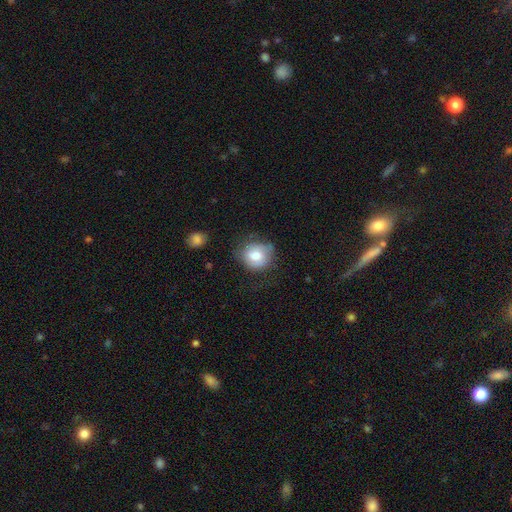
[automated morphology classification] The model was most divided on "merging": none: 65%, minor disturbance: 25%, major disturbance: 9%, merger: 2%. More confident: how rounded — round (80%); smooth or featured — smooth (71%).